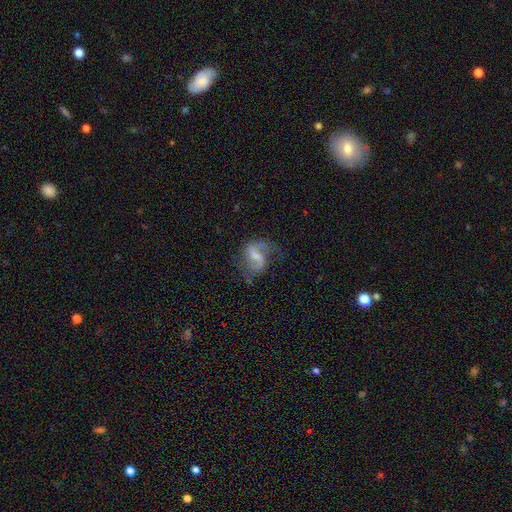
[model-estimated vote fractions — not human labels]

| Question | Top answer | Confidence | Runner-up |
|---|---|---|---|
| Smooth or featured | featured or disk | 82% | smooth (12%) |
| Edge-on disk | no | 98% | yes (2%) |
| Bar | weak | 53% | strong (27%) |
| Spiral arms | yes | 94% | no (6%) |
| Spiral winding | loose | 53% | medium (39%) |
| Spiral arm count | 2 | 84% | 1 (9%) |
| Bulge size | small | 37% | none (31%) |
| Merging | none | 58% | minor disturbance (21%) |